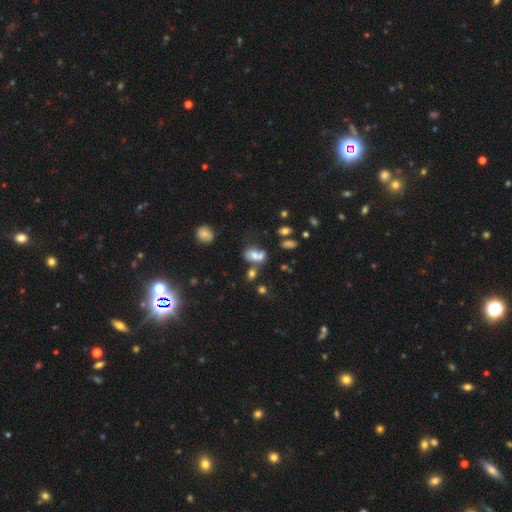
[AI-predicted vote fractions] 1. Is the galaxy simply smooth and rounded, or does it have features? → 67% smooth, 18% featured or disk, 15% star or artifact.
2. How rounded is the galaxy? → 71% in between, 27% round, 2% cigar-shaped.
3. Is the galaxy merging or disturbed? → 48% merger, 28% none, 14% minor disturbance, 10% major disturbance.